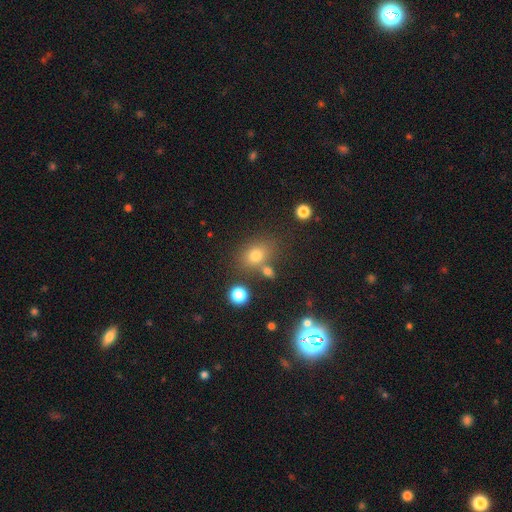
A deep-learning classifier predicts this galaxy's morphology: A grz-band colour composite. It shows a smooth galaxy with no disk features (74%) that is in between round and cigar-shaped (57%). Merging: none (67%).